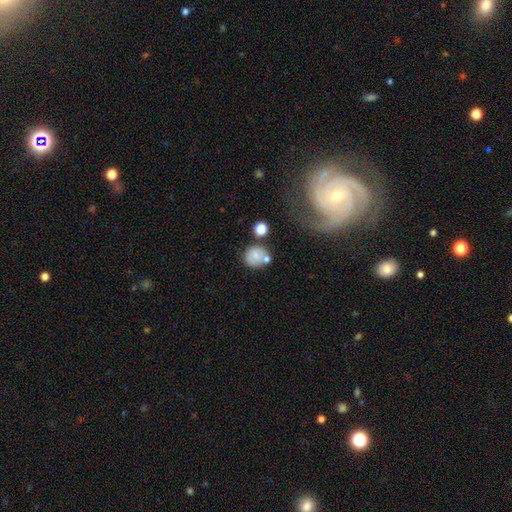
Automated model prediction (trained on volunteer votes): Smooth or featured?
  - smooth: 75% *
  - featured or disk: 15%
  - star or artifact: 10%
How rounded?
  - round: 81% *
  - in between: 18%
  - cigar-shaped: 1%
Merging?
  - none: 60% *
  - merger: 19%
  - minor disturbance: 15%
  - major disturbance: 6%